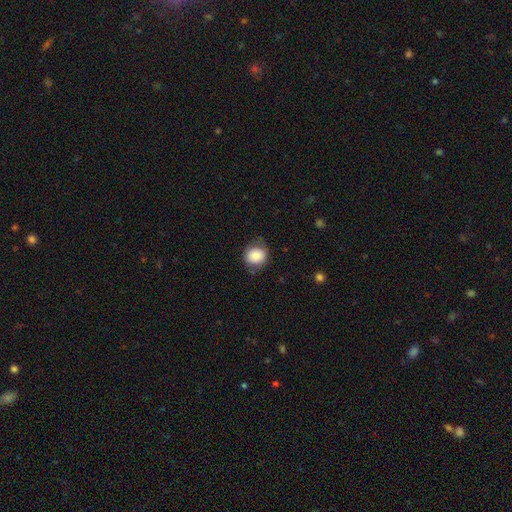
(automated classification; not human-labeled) smooth-or-featured: smooth: 81% | featured or disk: 10% | star or artifact: 9%
  how-rounded: round: 79% | in between: 20% | cigar-shaped: 1%
  merging: none: 74% | minor disturbance: 19% | major disturbance: 6% | merger: 2%